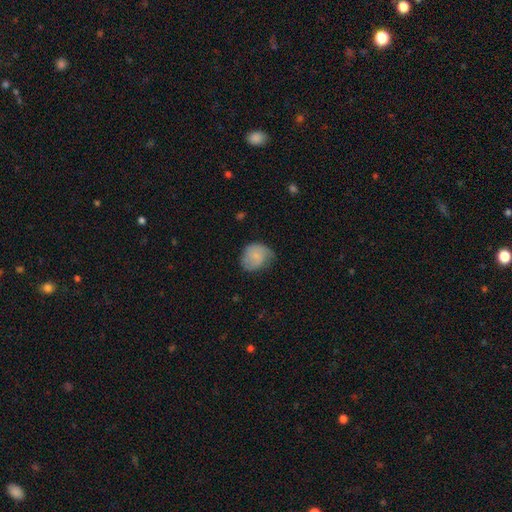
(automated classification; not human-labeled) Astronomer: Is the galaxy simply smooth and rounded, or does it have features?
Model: smooth — 66%.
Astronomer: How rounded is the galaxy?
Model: round — 65%.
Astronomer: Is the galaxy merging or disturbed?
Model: none — 49% (runner-up: minor disturbance, 37%).